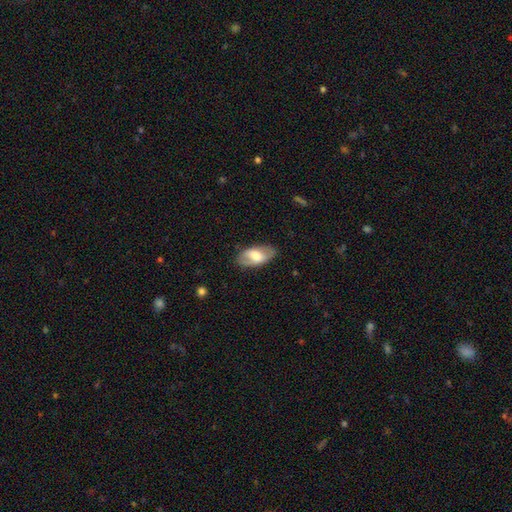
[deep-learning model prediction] This is possibly a smooth galaxy (57%). How rounded: clearly in between (92%). Merging: clearly none (81%).